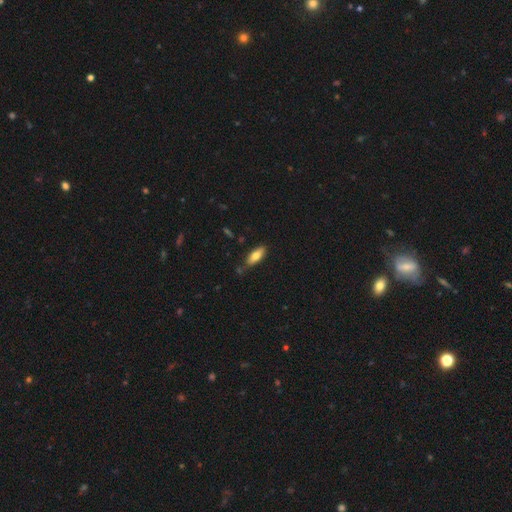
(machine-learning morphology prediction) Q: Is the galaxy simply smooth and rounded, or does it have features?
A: smooth — 76%.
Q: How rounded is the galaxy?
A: in between — 73%.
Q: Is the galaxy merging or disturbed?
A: none — 77%.